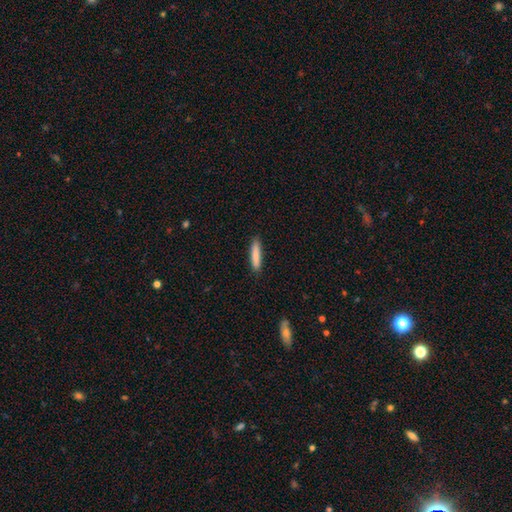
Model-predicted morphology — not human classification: smooth 83%, featured or disk 11%, star or artifact 6%. Down the decision tree: how rounded — cigar-shaped (88%); merging — none (88%).